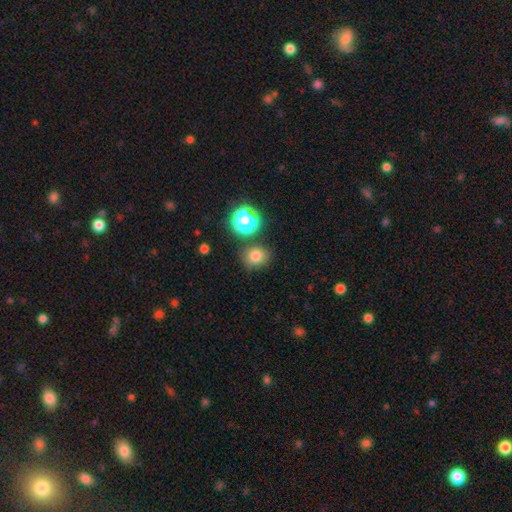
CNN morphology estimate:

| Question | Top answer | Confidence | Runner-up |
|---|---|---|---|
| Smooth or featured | smooth | 76% | star or artifact (17%) |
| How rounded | round | 75% | in between (24%) |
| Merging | none | 78% | minor disturbance (11%) |